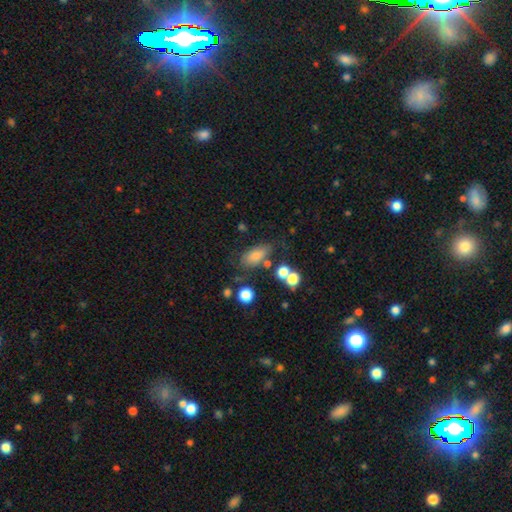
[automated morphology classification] Overall: smooth (72%). How rounded: in between (81%). Merging: none (61%).